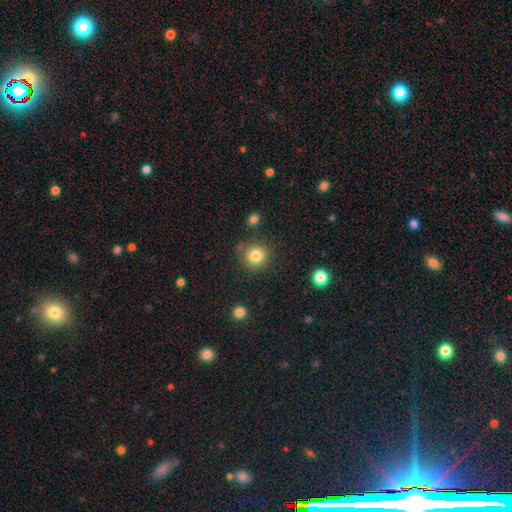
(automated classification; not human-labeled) Smooth or featured?
  - smooth: 83% *
  - star or artifact: 11%
  - featured or disk: 6%
How rounded?
  - round: 93% *
  - in between: 7%
  - cigar-shaped: 1%
Merging?
  - none: 83% *
  - minor disturbance: 10%
  - merger: 4%
  - major disturbance: 3%